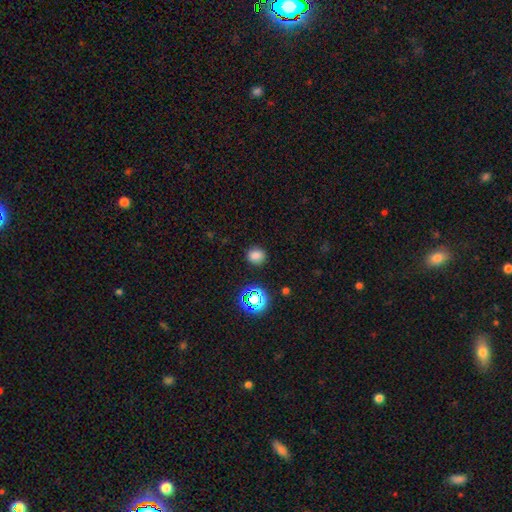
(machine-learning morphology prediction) smooth-or-featured: smooth: 77% | star or artifact: 18% | featured or disk: 5%
  how-rounded: round: 72% | in between: 27% | cigar-shaped: 1%
  merging: none: 86% | minor disturbance: 9% | major disturbance: 3% | merger: 2%